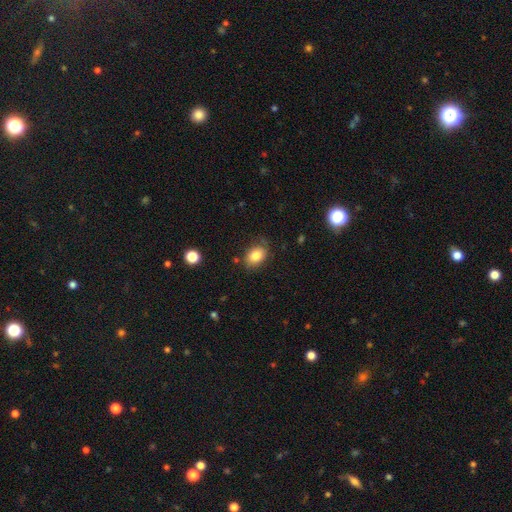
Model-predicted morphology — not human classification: smooth 81%, featured or disk 10%, star or artifact 9%. Down the decision tree: how rounded — in between (77%); merging — none (74%).